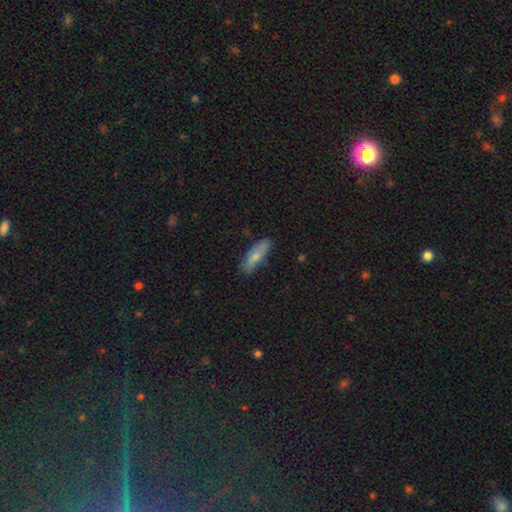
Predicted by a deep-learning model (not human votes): smooth-or-featured: smooth: 69% | featured or disk: 25% | star or artifact: 6%
  how-rounded: cigar-shaped: 51% | in between: 47% | round: 2%
  merging: none: 77% | minor disturbance: 18% | major disturbance: 3% | merger: 2%